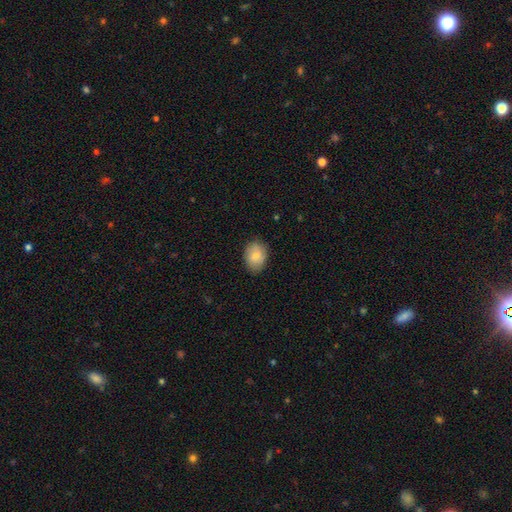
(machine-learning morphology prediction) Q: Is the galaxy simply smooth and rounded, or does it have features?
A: smooth — 83%.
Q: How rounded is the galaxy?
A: in between — 71%.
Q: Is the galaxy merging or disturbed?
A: none — 82%.